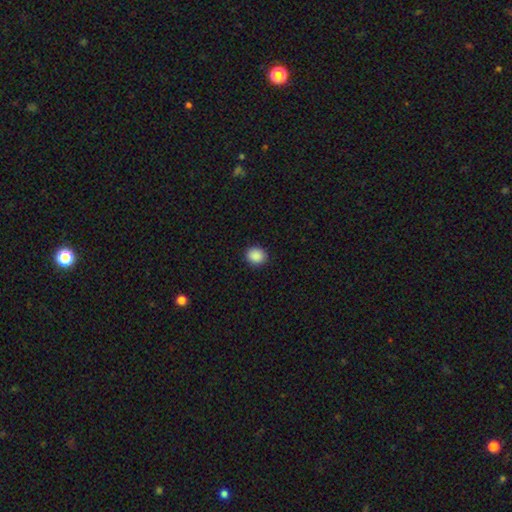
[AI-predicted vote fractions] smooth_or_featured: smooth (p=0.89) [alt: star or artifact p=0.09]
how_rounded: round (p=0.76) [alt: in between p=0.23]
merging: none (p=0.90) [alt: minor disturbance p=0.07]